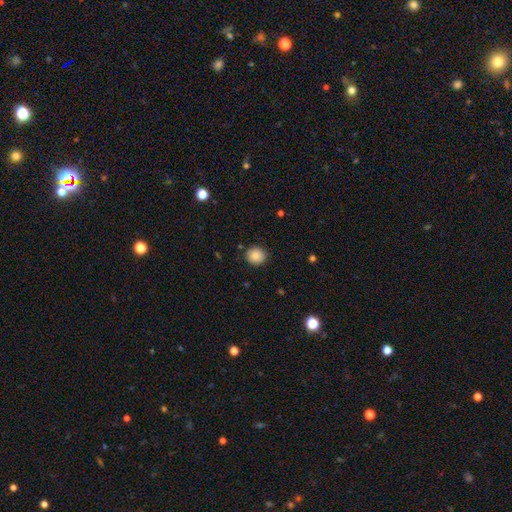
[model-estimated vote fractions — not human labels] This appears to be a smooth galaxy with no disk features (86%) that is round (90%). Merging: none (88%).